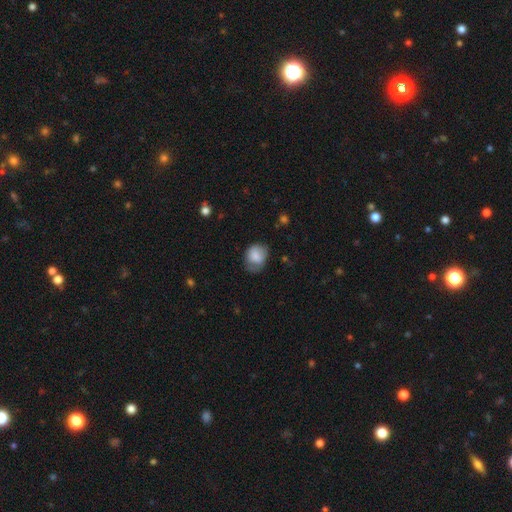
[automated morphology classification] Smooth or featured? smooth (76%)
How rounded? in between (54%)
Merging? none (48%)